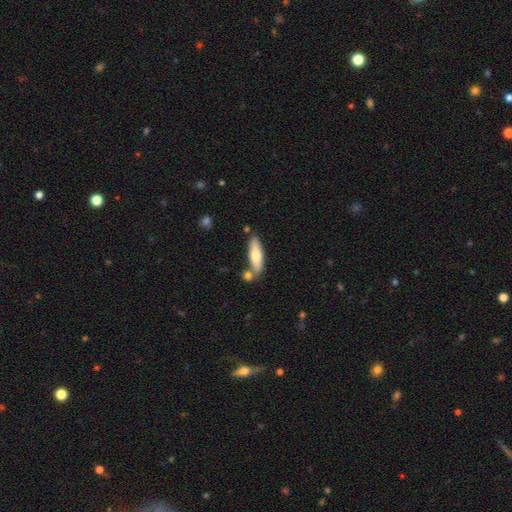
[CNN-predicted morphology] Smooth or featured? Predicted: smooth (p=0.63). How rounded? Predicted: cigar-shaped (p=0.57). Merging? Predicted: none (p=0.70).